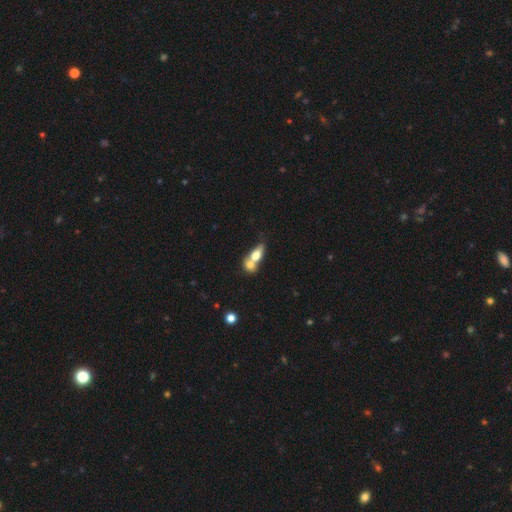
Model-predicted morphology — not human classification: smooth 68%, featured or disk 25%, star or artifact 7%. Down the decision tree: how rounded — in between (72%); merging — merger (72%).